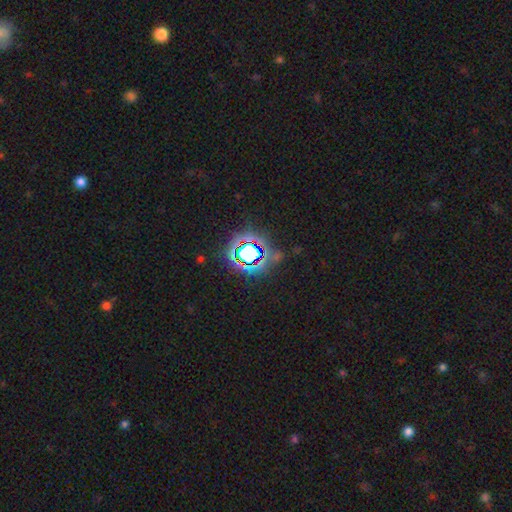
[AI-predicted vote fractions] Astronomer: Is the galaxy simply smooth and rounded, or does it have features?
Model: star or artifact — 79%.